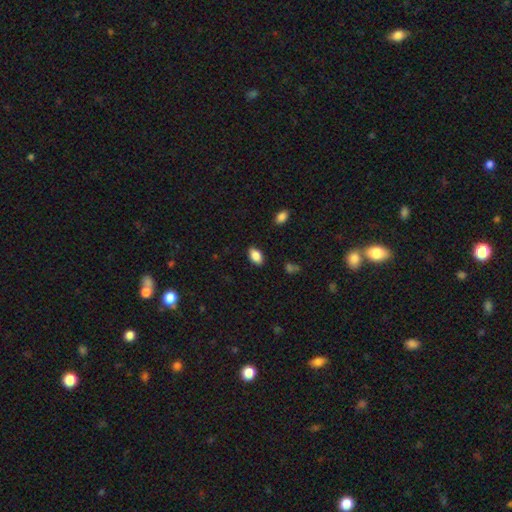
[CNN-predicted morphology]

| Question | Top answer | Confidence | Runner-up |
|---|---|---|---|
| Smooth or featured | smooth | 85% | star or artifact (8%) |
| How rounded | in between | 91% | round (6%) |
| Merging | none | 86% | minor disturbance (10%) |